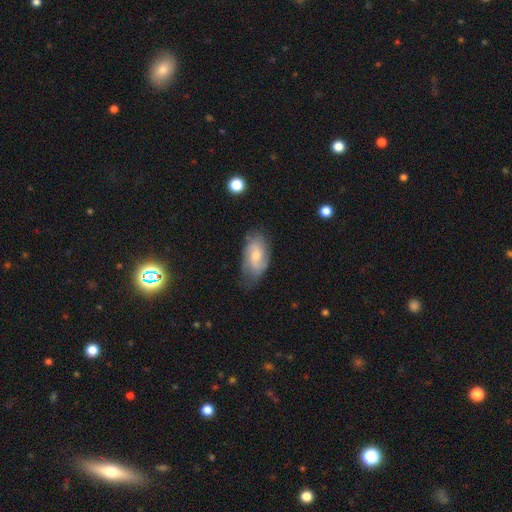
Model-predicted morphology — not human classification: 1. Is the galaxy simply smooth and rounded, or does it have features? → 52% featured or disk, 41% smooth, 7% star or artifact.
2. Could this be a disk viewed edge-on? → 94% no, 6% yes.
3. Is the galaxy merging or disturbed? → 62% none, 28% minor disturbance, 9% major disturbance, 2% merger.